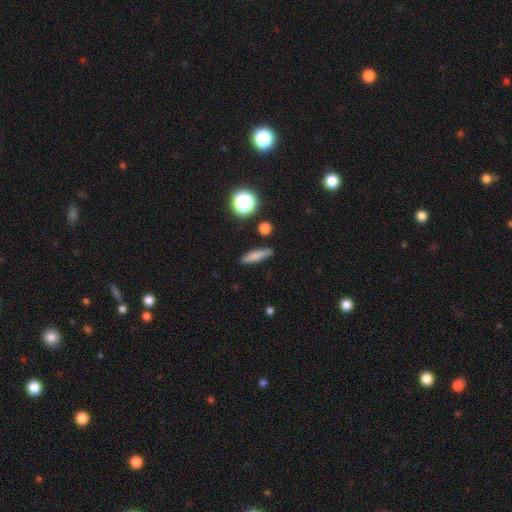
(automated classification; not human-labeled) This is likely a smooth galaxy (77%). How rounded: likely cigar-shaped (72%). Merging: clearly none (85%).